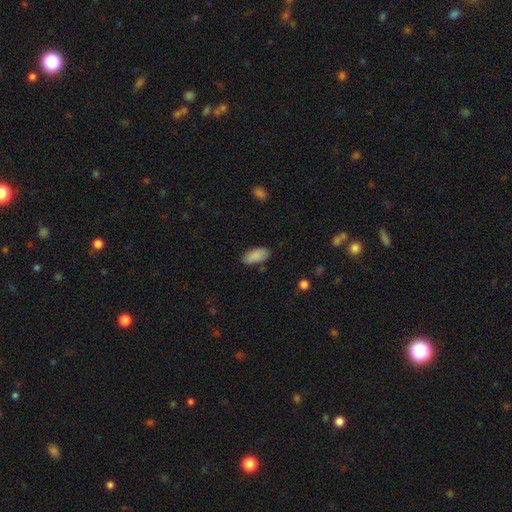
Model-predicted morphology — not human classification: Smooth or featured?
  - smooth: 89% *
  - star or artifact: 7%
  - featured or disk: 4%
How rounded?
  - in between: 90% *
  - cigar-shaped: 8%
  - round: 2%
Merging?
  - none: 84% *
  - minor disturbance: 11%
  - major disturbance: 3%
  - merger: 2%